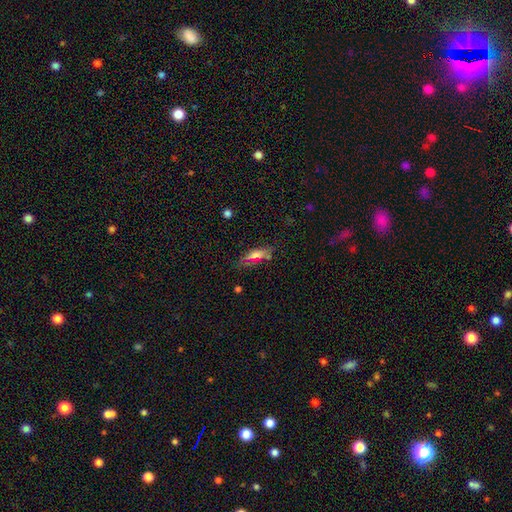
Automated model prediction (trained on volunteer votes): Smooth or featured? Predicted: smooth (p=0.61). How rounded? Predicted: in between (p=0.55). Merging? Predicted: none (p=0.75).